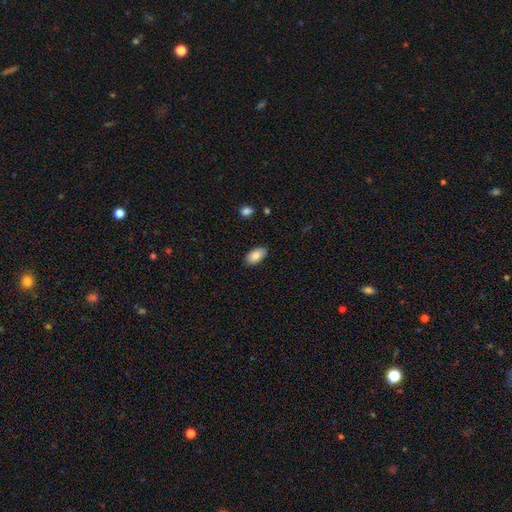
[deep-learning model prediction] Q: Smooth or featured?
A: smooth (83%); runner-up: featured or disk (10%)
Q: How rounded?
A: in between (94%); runner-up: round (4%)
Q: Merging?
A: none (86%); runner-up: minor disturbance (10%)